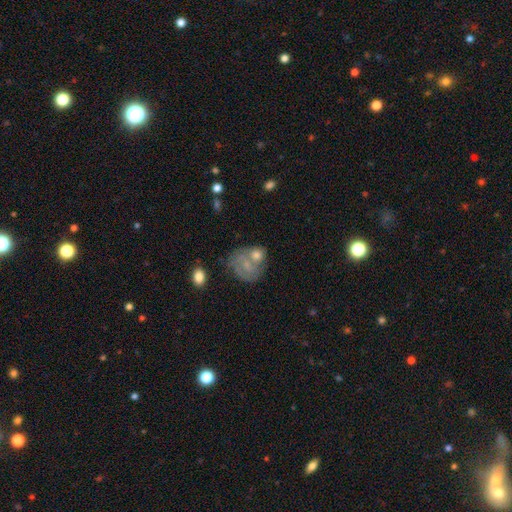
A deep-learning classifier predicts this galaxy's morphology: A featured or disk galaxy (47%).

Vote fractions:
- Smooth or featured? featured or disk: 47% / smooth: 43% / star or artifact: 10%
- Merging? none: 37% / merger: 35% / minor disturbance: 16% / major disturbance: 12%